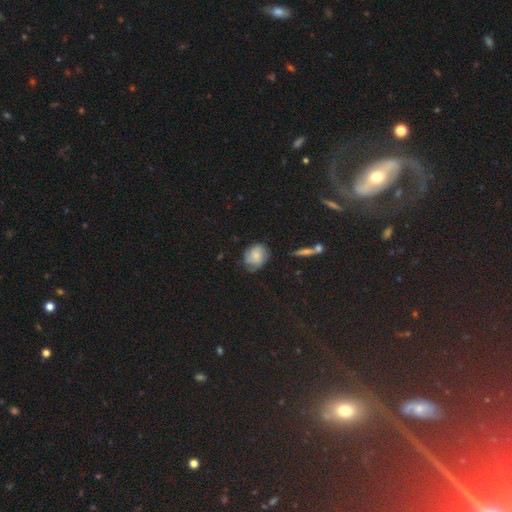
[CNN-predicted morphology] A smooth galaxy with no disk features (54%) that is round (58%).

Vote fractions:
- Smooth or featured? smooth: 54% / featured or disk: 37% / star or artifact: 9%
- How rounded? round: 58% / in between: 41% / cigar-shaped: 2%
- Merging? none: 59% / minor disturbance: 30% / major disturbance: 10% / merger: 2%